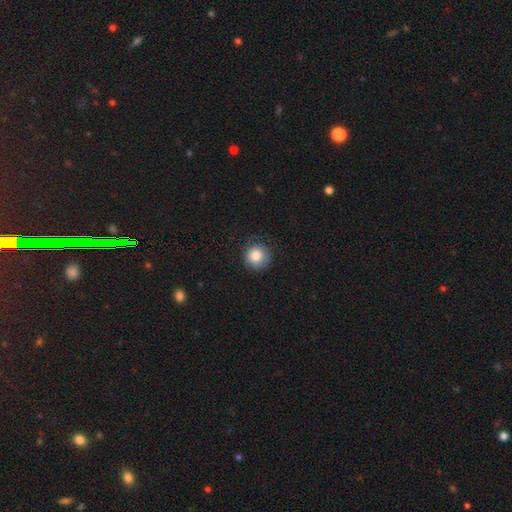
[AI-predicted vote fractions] smooth 84%, star or artifact 9%, featured or disk 7%. Down the decision tree: how rounded — round (92%); merging — none (82%).